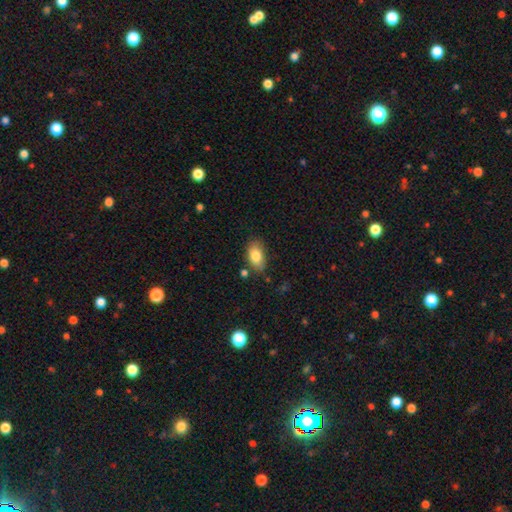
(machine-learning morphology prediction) smooth_or_featured: smooth (p=0.83) [alt: featured or disk p=0.10]
how_rounded: in between (p=0.91) [alt: round p=0.07]
merging: none (p=0.73) [alt: minor disturbance p=0.19]